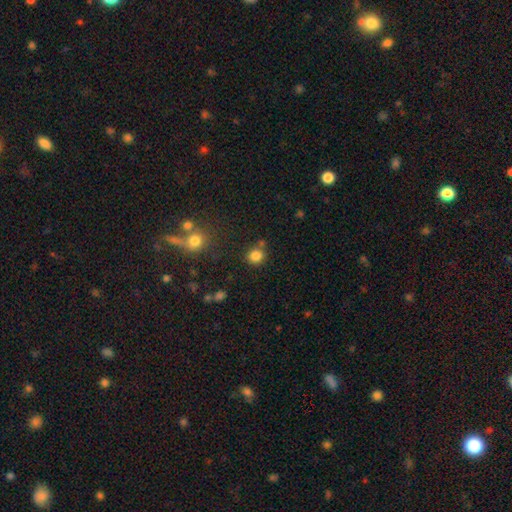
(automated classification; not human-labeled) Q: Smooth or featured?
A: smooth (83%); runner-up: star or artifact (12%)
Q: How rounded?
A: round (82%); runner-up: in between (17%)
Q: Merging?
A: none (74%); runner-up: merger (12%)